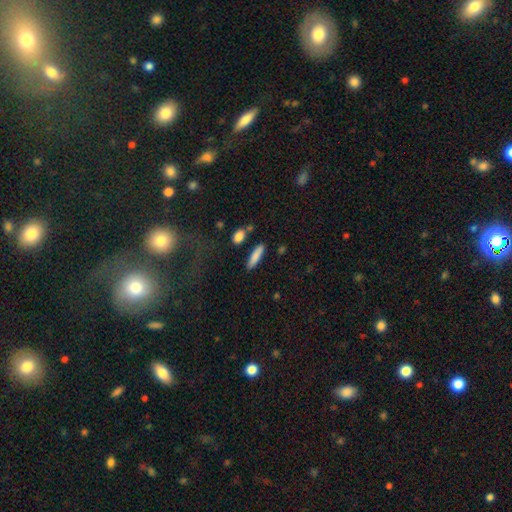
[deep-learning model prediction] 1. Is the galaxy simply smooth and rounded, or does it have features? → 84% smooth, 10% featured or disk, 7% star or artifact.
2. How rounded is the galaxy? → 74% cigar-shaped, 24% in between, 2% round.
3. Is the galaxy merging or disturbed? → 83% none, 9% minor disturbance, 5% merger, 2% major disturbance.